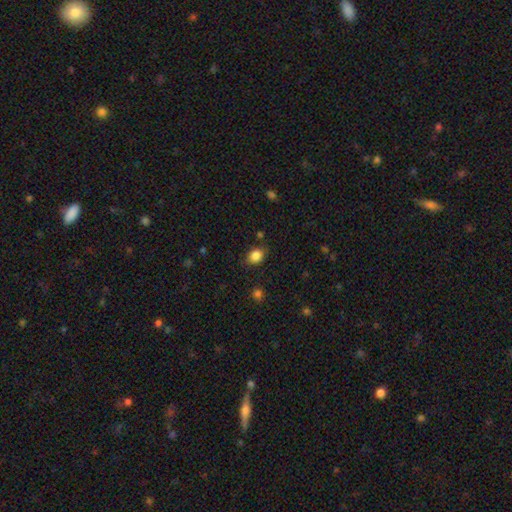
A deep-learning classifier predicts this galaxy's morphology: This is clearly a smooth galaxy (85%). How rounded: likely in between (61%). Merging: clearly none (81%).